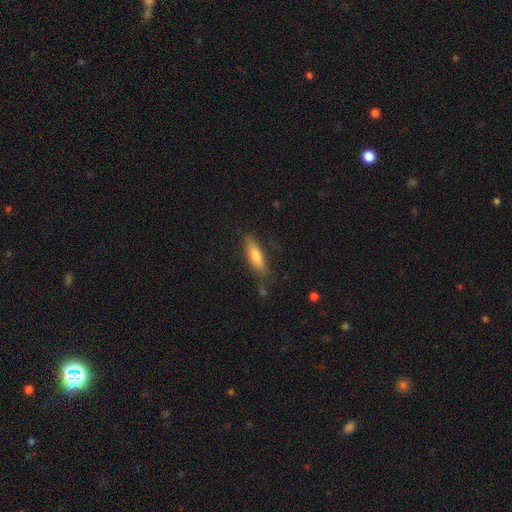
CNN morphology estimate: Smooth or featured? Predicted: smooth (p=0.69). How rounded? Predicted: cigar-shaped (p=0.61). Merging? Predicted: none (p=0.77).